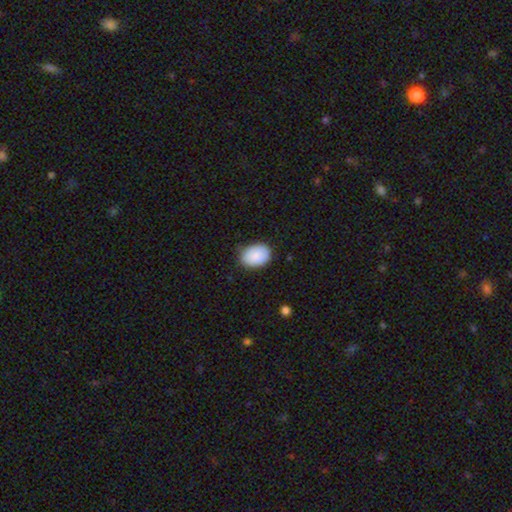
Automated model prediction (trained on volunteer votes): Q: Smooth or featured?
A: smooth (88%); runner-up: star or artifact (7%)
Q: How rounded?
A: in between (74%); runner-up: round (25%)
Q: Merging?
A: none (75%); runner-up: minor disturbance (21%)